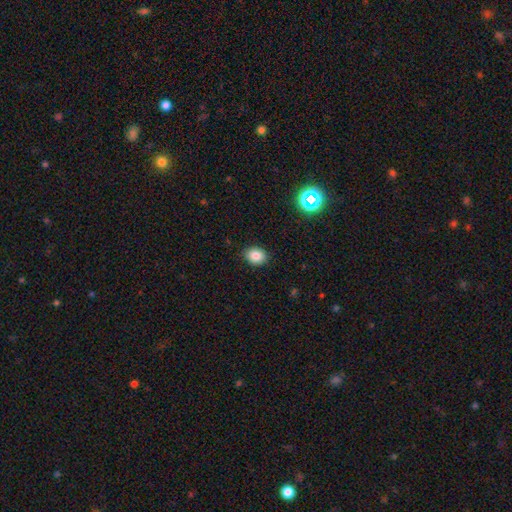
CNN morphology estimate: Smooth or featured?
  - smooth: 84% *
  - star or artifact: 10%
  - featured or disk: 5%
How rounded?
  - in between: 52% *
  - round: 48%
  - cigar-shaped: 1%
Merging?
  - none: 88% *
  - minor disturbance: 9%
  - major disturbance: 2%
  - merger: 1%